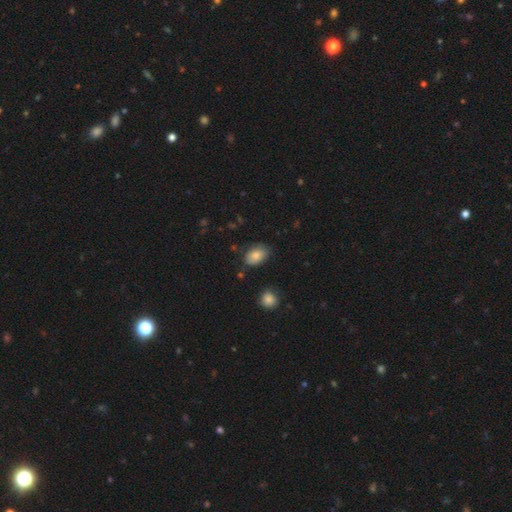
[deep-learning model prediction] Overall: smooth (81%). How rounded: in between (88%). Merging: none (70%).